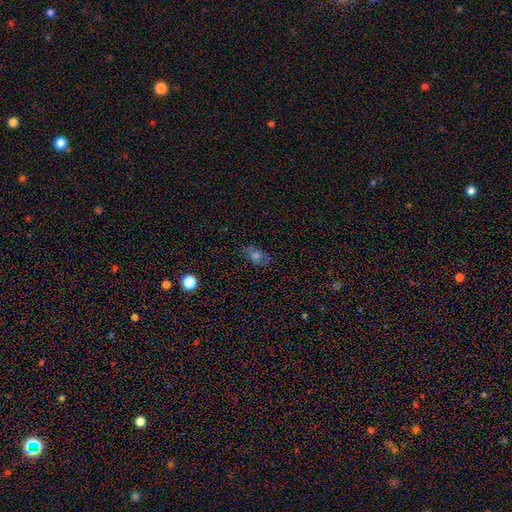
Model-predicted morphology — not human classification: Smooth or featured? smooth (55%)
How rounded? in between (76%)
Merging? none (74%)